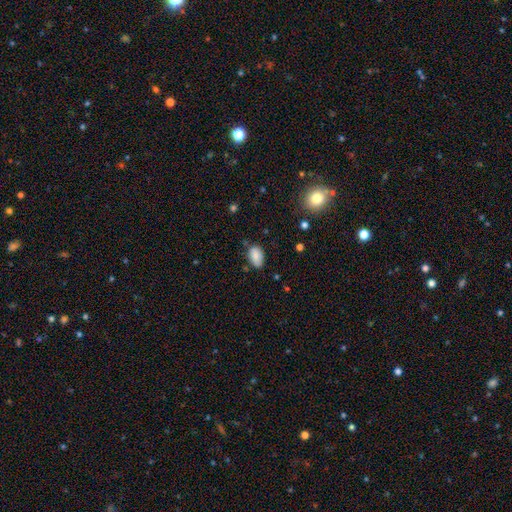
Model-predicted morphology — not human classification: This is clearly a smooth galaxy (83%). How rounded: clearly in between (90%). Merging: likely none (69%).